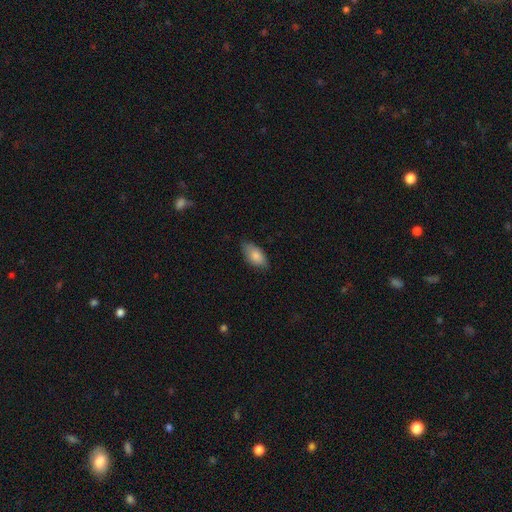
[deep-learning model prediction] The model was most divided on "merging": none: 76%, minor disturbance: 20%, major disturbance: 3%, merger: 1%. More confident: how rounded — in between (91%); smooth or featured — smooth (84%).